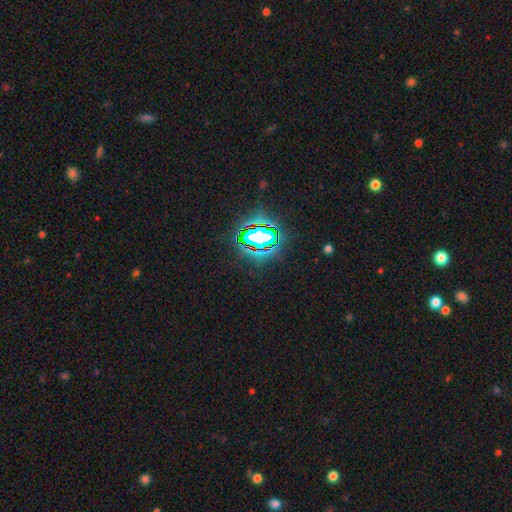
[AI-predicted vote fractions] A star or artifact, not a galaxy (83%).